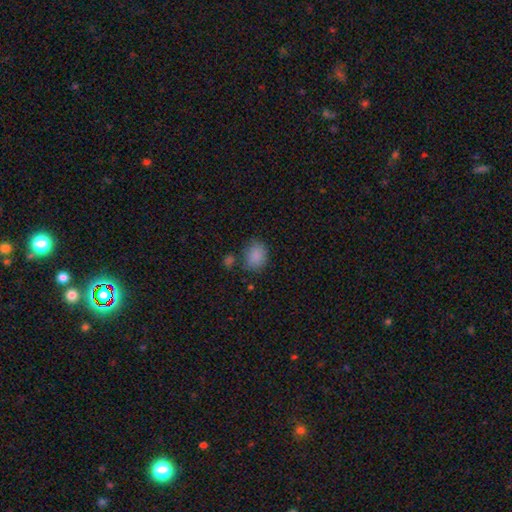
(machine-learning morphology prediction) Smooth or featured? Predicted: smooth (p=0.86). How rounded? Predicted: in between (p=0.57). Merging? Predicted: none (p=0.69).